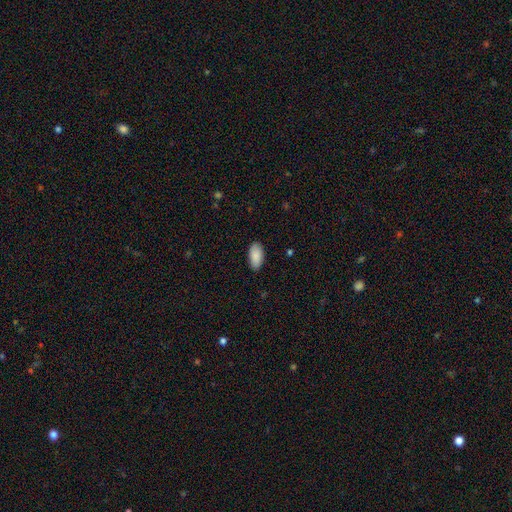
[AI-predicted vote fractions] A smooth galaxy with no disk features (89%) that is in between round and cigar-shaped (95%). Merging: none (86%).